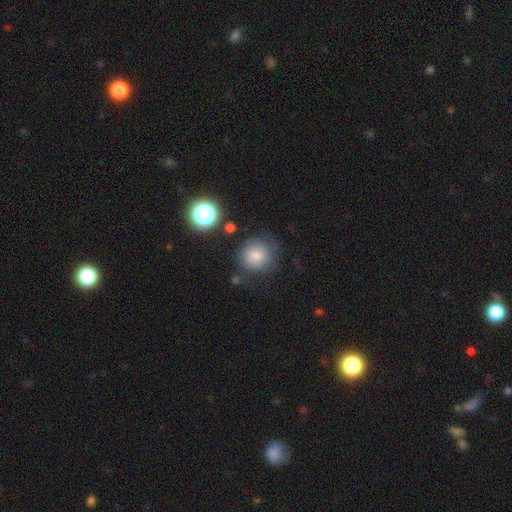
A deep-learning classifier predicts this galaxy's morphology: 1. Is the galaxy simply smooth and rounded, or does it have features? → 76% smooth, 12% featured or disk, 11% star or artifact.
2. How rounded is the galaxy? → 88% round, 11% in between, 1% cigar-shaped.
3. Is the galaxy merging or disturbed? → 67% none, 19% minor disturbance, 9% major disturbance, 4% merger.